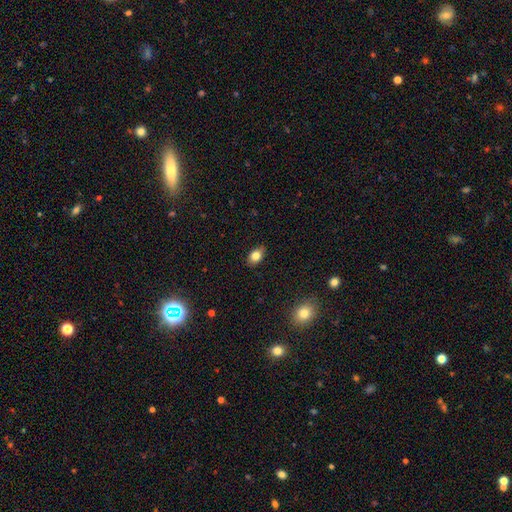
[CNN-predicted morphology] A smooth galaxy with no disk features (80%) that is in between round and cigar-shaped (82%). Merging: none (83%).